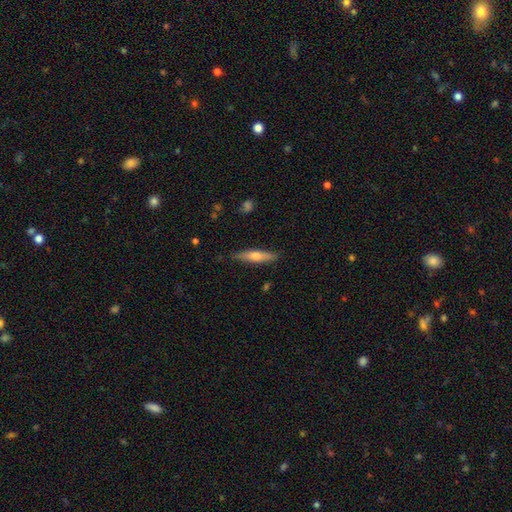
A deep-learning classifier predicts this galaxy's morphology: This appears to be a featured or disk galaxy (52%) viewed edge-on (95%). Merging: none (88%).